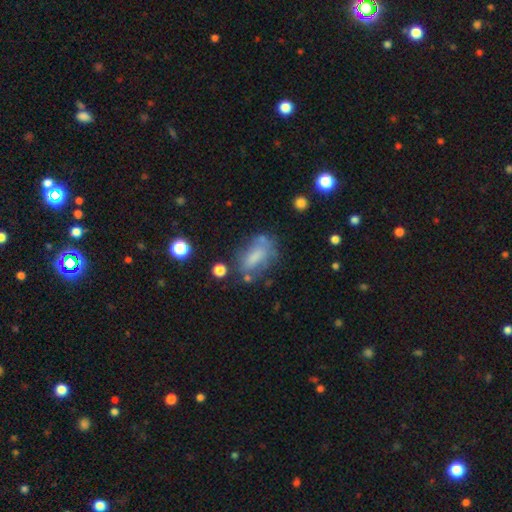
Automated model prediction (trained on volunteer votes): smooth-or-featured: smooth: 59% | featured or disk: 29% | star or artifact: 12%
  how-rounded: in between: 83% | cigar-shaped: 11% | round: 7%
  merging: none: 48% | minor disturbance: 26% | major disturbance: 17% | merger: 10%